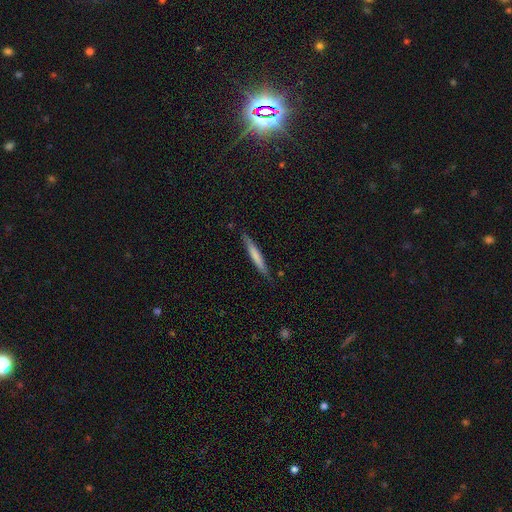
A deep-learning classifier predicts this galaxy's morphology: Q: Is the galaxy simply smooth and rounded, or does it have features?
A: smooth — 65%.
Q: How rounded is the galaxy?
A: cigar-shaped — 95%.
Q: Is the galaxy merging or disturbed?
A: none — 85%.